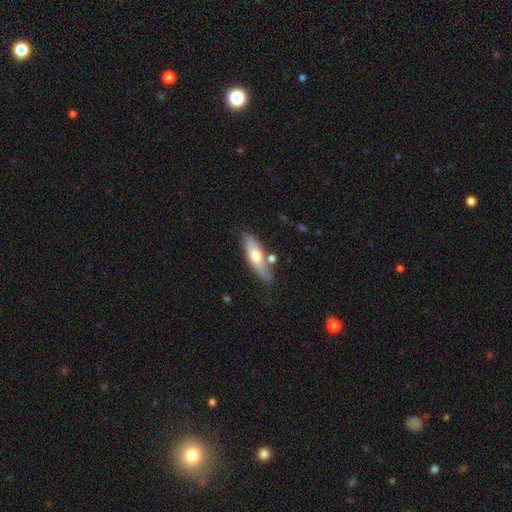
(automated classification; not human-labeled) The model was most divided on "how rounded": cigar-shaped: 49%, in between: 48%, round: 3%. More confident: merging — none (69%); smooth or featured — smooth (60%).